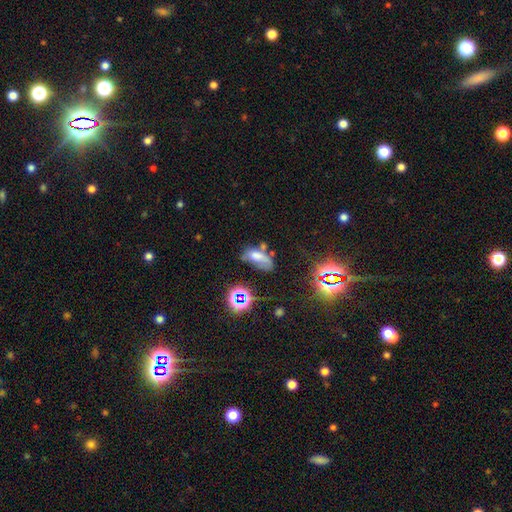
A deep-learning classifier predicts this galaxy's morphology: smooth_or_featured: smooth (p=0.53) [alt: star or artifact p=0.23]
how_rounded: in between (p=0.83) [alt: cigar-shaped p=0.09]
merging: major disturbance (p=0.29) [alt: none p=0.27]